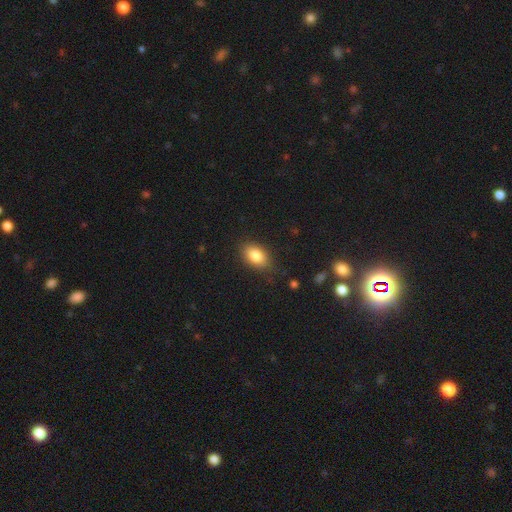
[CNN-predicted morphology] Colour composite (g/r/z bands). It shows a smooth galaxy with no disk features (83%) that is in between round and cigar-shaped (87%). Merging: none (82%).